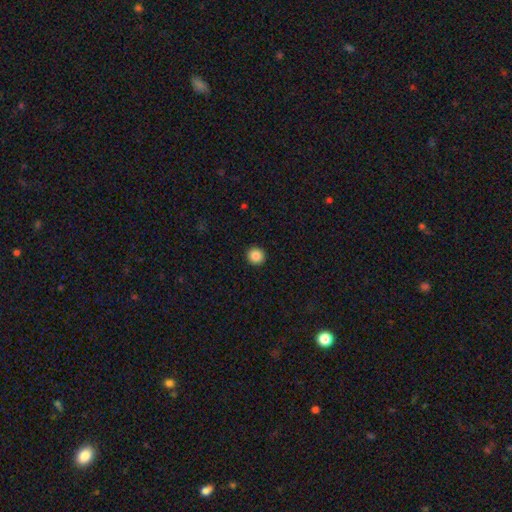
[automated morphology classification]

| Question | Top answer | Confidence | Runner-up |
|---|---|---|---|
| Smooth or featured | smooth | 87% | star or artifact (10%) |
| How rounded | round | 92% | in between (7%) |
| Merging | none | 94% | minor disturbance (4%) |